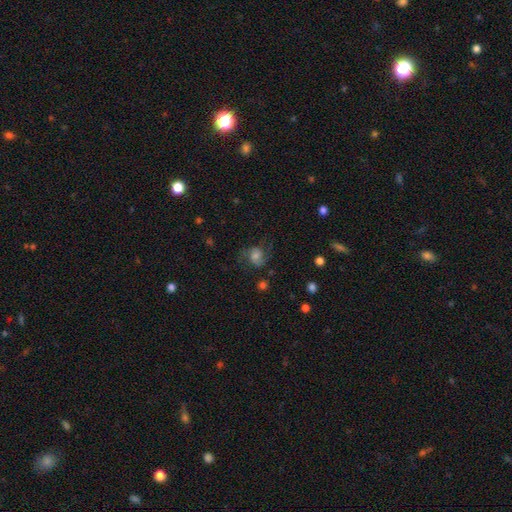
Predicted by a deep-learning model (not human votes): Smooth or featured?
  - featured or disk: 49% *
  - smooth: 38%
  - star or artifact: 13%
Merging?
  - none: 62% *
  - minor disturbance: 20%
  - major disturbance: 16%
  - merger: 2%